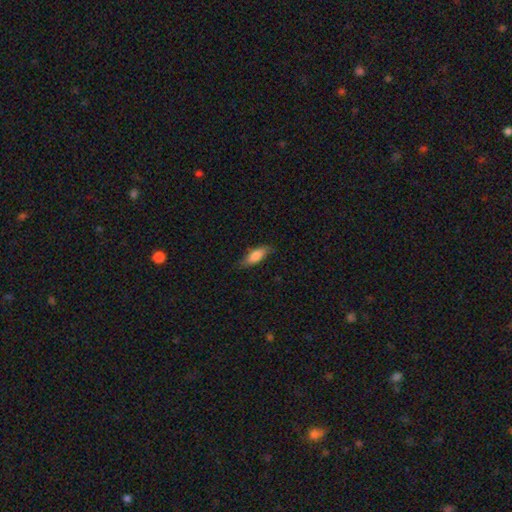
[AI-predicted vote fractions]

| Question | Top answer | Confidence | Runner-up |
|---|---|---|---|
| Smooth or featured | smooth | 80% | featured or disk (14%) |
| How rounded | in between | 61% | cigar-shaped (37%) |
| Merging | none | 77% | minor disturbance (19%) |